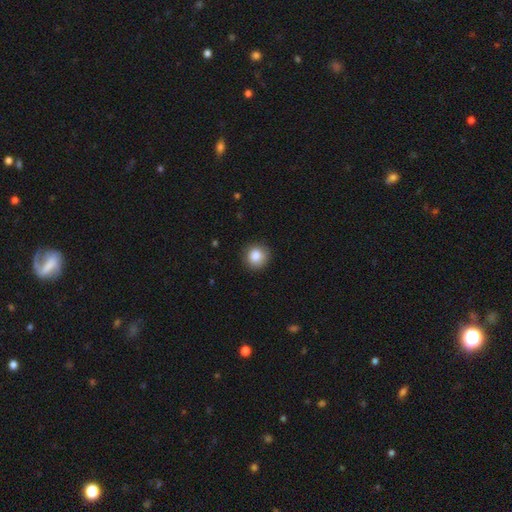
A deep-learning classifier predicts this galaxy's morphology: Smooth or featured? smooth (85%)
How rounded? round (90%)
Merging? none (88%)